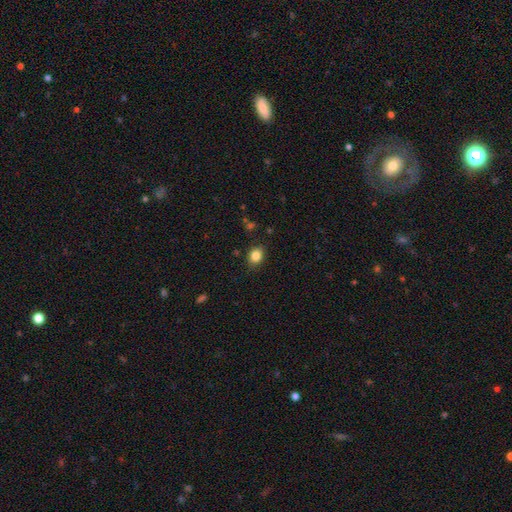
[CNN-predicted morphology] Smooth or featured?
  - smooth: 84% *
  - star or artifact: 10%
  - featured or disk: 6%
How rounded?
  - in between: 51% *
  - round: 48%
  - cigar-shaped: 1%
Merging?
  - none: 86% *
  - minor disturbance: 10%
  - major disturbance: 2%
  - merger: 1%